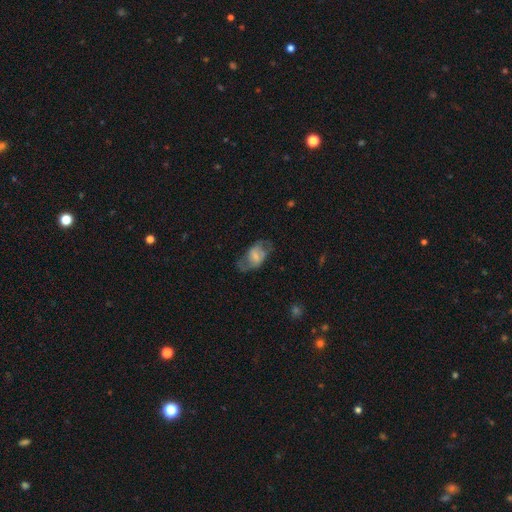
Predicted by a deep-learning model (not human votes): Smooth or featured? Predicted: featured or disk (p=0.50). Edge-on disk? Predicted: no (p=0.94). Merging? Predicted: none (p=0.54).